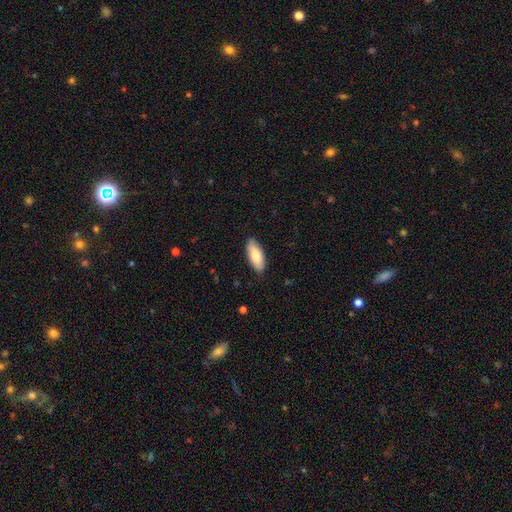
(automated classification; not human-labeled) smooth-or-featured: smooth: 83% | featured or disk: 12% | star or artifact: 5%
  how-rounded: in between: 82% | cigar-shaped: 17% | round: 2%
  merging: none: 84% | minor disturbance: 13% | major disturbance: 2% | merger: 1%